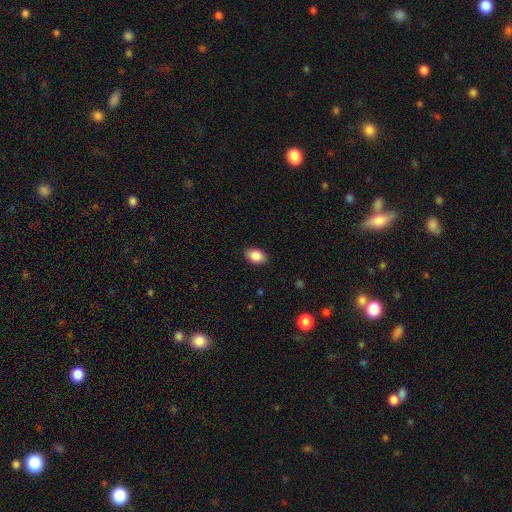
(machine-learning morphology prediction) type=smooth (88%); roundness=in between (82%); merging=none (87%).